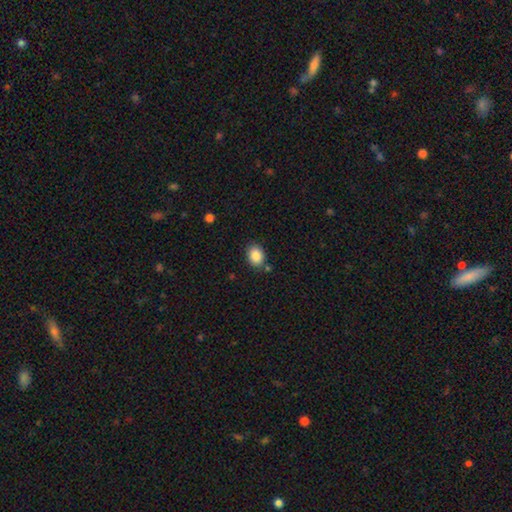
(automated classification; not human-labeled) This appears to be a smooth galaxy with no disk features (88%) that is in between round and cigar-shaped (61%). Merging: none (80%).